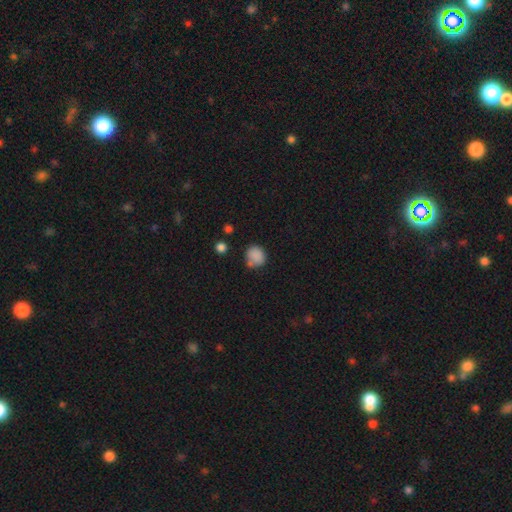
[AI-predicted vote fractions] A smooth galaxy with no disk features (84%) that is round (75%). Merging: none (61%).